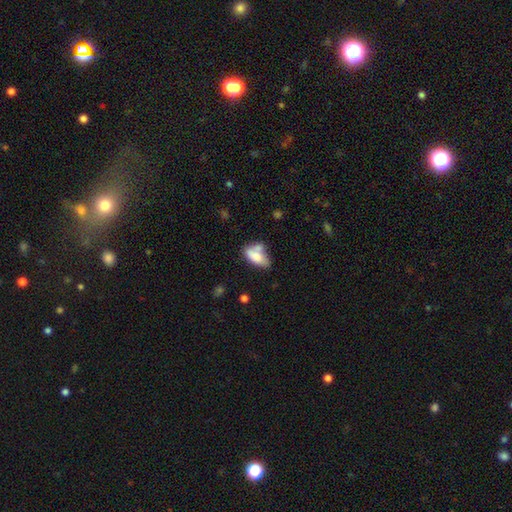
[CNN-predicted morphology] Smooth or featured? smooth (72%)
How rounded? in between (85%)
Merging? merger (37%)